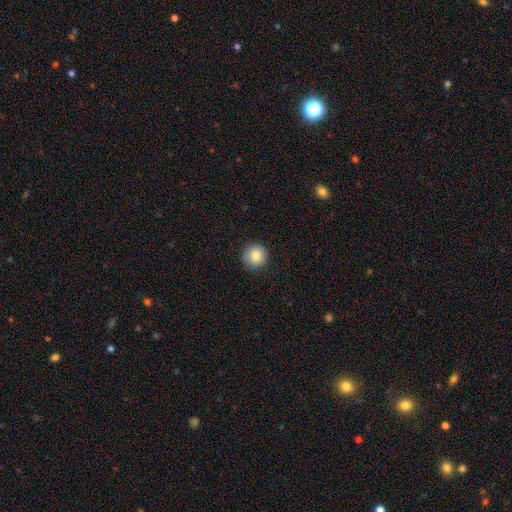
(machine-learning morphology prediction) smooth 85%, star or artifact 9%, featured or disk 7%. Down the decision tree: how rounded — round (95%); merging — none (91%).